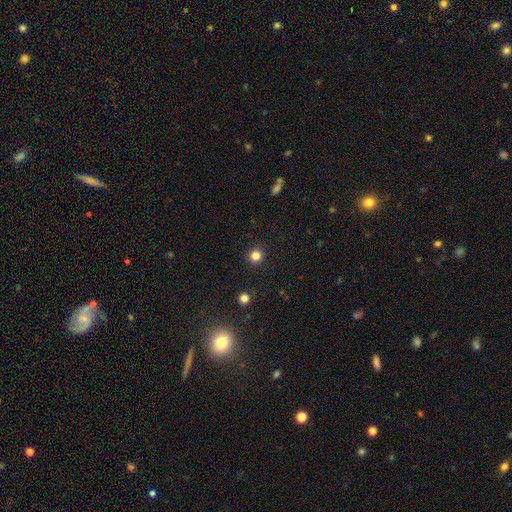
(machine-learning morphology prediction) smooth_or_featured: smooth (p=0.82) [alt: star or artifact p=0.13]
how_rounded: round (p=0.94) [alt: in between p=0.05]
merging: none (p=0.92) [alt: minor disturbance p=0.05]